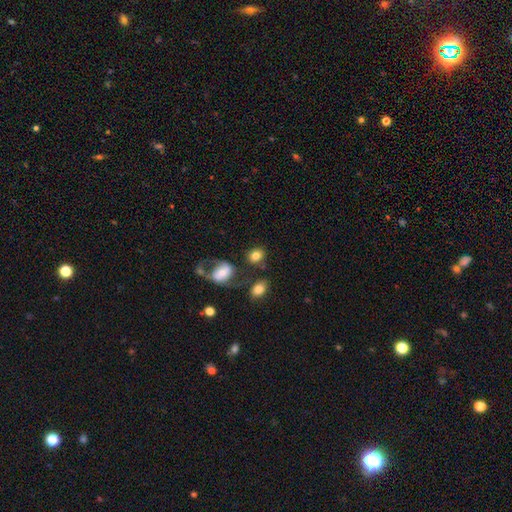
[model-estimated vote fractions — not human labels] Smooth or featured? smooth (79%)
How rounded? round (50%)
Merging? none (64%)